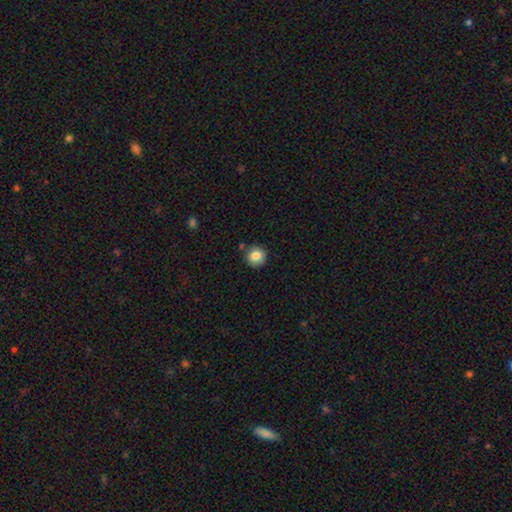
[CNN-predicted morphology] smooth-or-featured: smooth: 83% | star or artifact: 10% | featured or disk: 8%
  how-rounded: round: 91% | in between: 8% | cigar-shaped: 1%
  merging: none: 85% | minor disturbance: 9% | merger: 3% | major disturbance: 2%